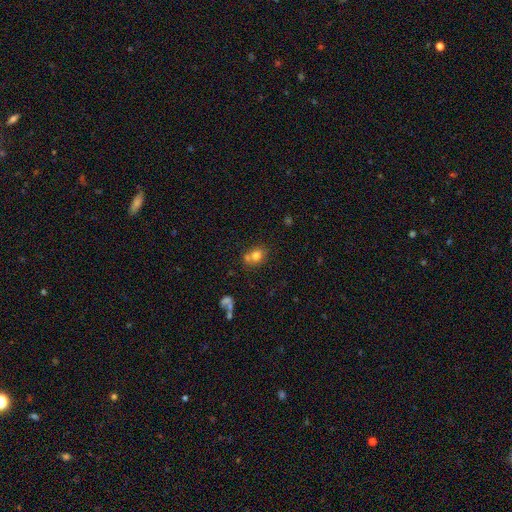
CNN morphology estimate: A smooth galaxy with no disk features (75%) that is round (61%).

Vote fractions:
- Smooth or featured? smooth: 75% / featured or disk: 13% / star or artifact: 12%
- How rounded? round: 61% / in between: 38% / cigar-shaped: 1%
- Merging? none: 53% / merger: 31% / minor disturbance: 12% / major disturbance: 4%